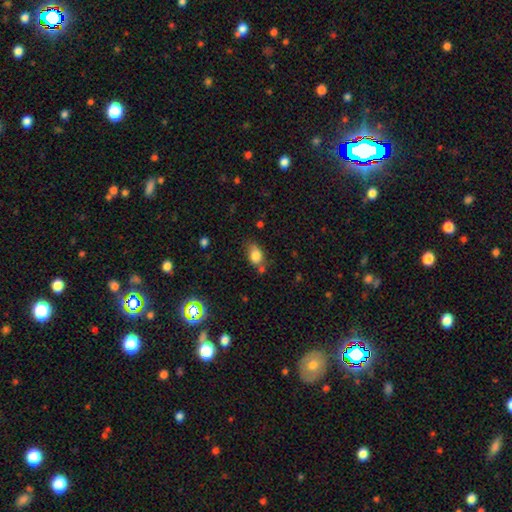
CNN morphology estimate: This appears to be a smooth galaxy with no disk features (81%) that is in between round and cigar-shaped (78%). Merging: none (58%).